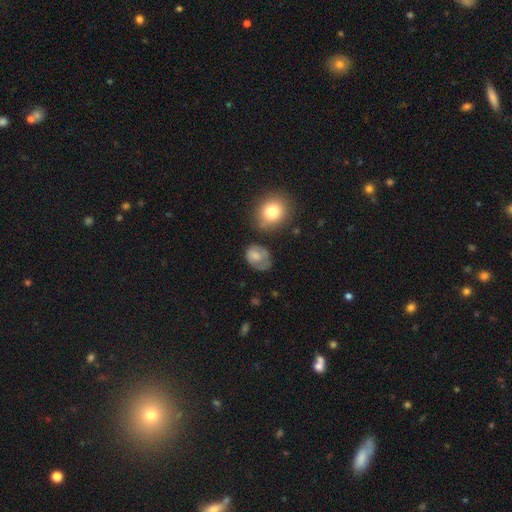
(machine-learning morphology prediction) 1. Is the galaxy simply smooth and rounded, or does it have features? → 71% smooth, 20% featured or disk, 9% star or artifact.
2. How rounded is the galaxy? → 63% in between, 36% round, 1% cigar-shaped.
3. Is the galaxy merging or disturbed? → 47% none, 32% minor disturbance, 15% major disturbance, 5% merger.